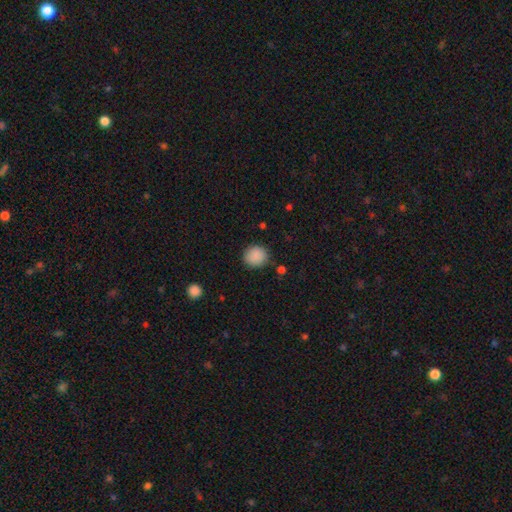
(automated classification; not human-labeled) This appears to be a smooth galaxy with no disk features (88%) that is round (81%). Merging: none (85%).